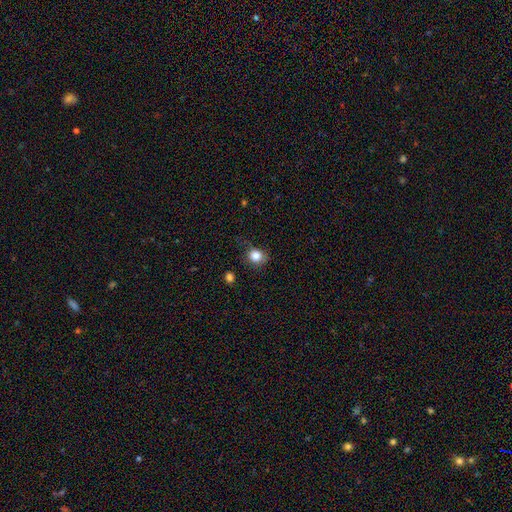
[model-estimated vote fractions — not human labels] The model was most divided on "merging": none: 68%, minor disturbance: 23%, major disturbance: 7%, merger: 2%. More confident: smooth or featured — smooth (83%); how rounded — round (79%).